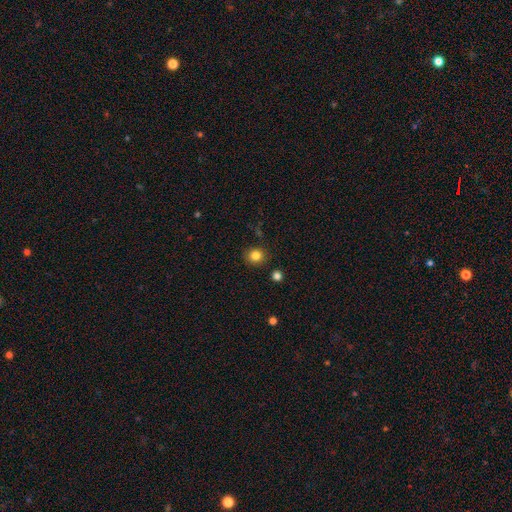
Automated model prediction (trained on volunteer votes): A smooth galaxy with no disk features (83%) that is round (86%).

Vote fractions:
- Smooth or featured? smooth: 83% / star or artifact: 12% / featured or disk: 5%
- How rounded? round: 86% / in between: 13% / cigar-shaped: 1%
- Merging? none: 88% / minor disturbance: 7% / major disturbance: 2% / merger: 2%